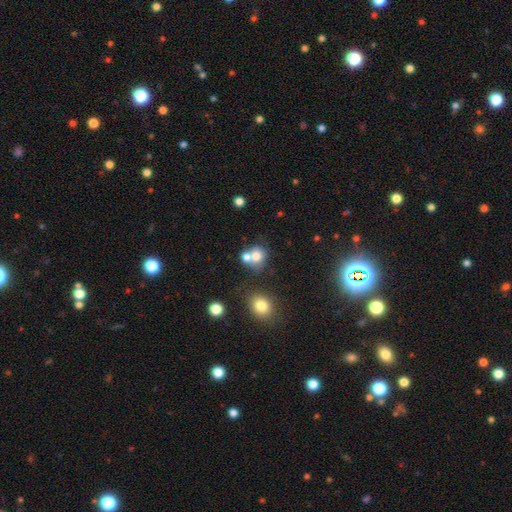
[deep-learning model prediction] A smooth galaxy with no disk features (73%) that is round (76%).

Vote fractions:
- Smooth or featured? smooth: 73% / featured or disk: 15% / star or artifact: 12%
- How rounded? round: 76% / in between: 23% / cigar-shaped: 1%
- Merging? merger: 45% / none: 41% / minor disturbance: 9% / major disturbance: 5%